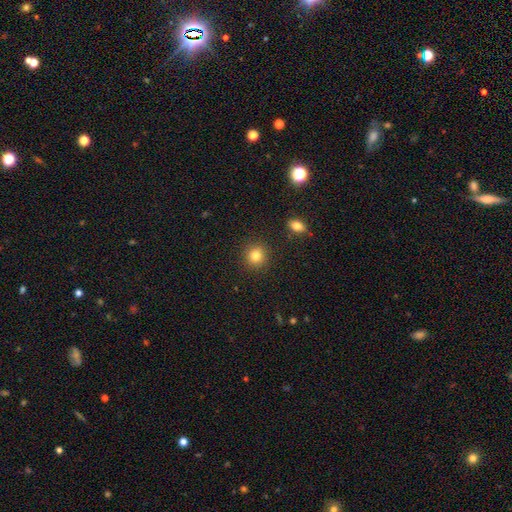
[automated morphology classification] The model was most divided on "smooth or featured": smooth: 82%, star or artifact: 11%, featured or disk: 7%. More confident: how rounded — round (90%); merging — none (90%).